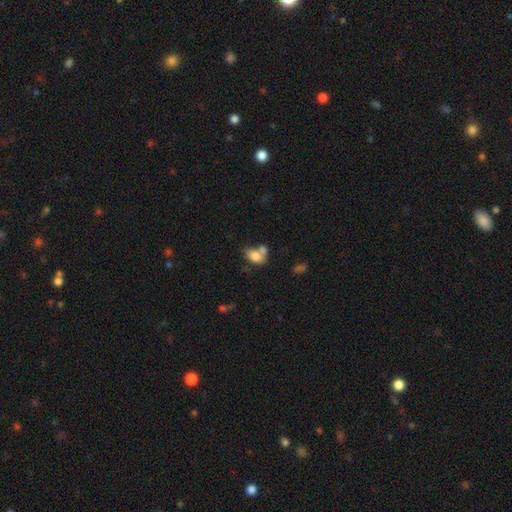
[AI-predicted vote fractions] A smooth galaxy with no disk features (77%) that is in between round and cigar-shaped (85%). Merging: merger (45%).